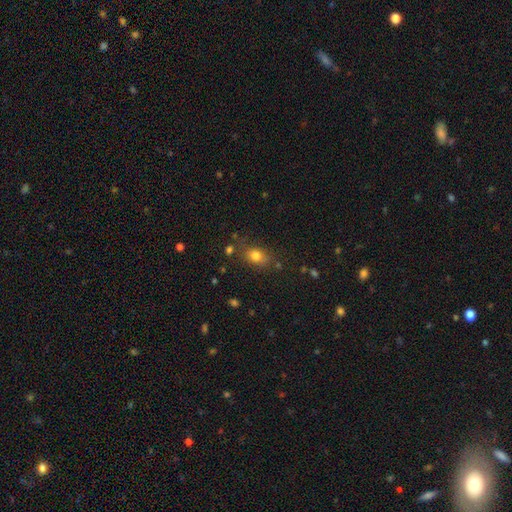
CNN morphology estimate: type=smooth (79%); roundness=in between (66%); merging=none (71%).